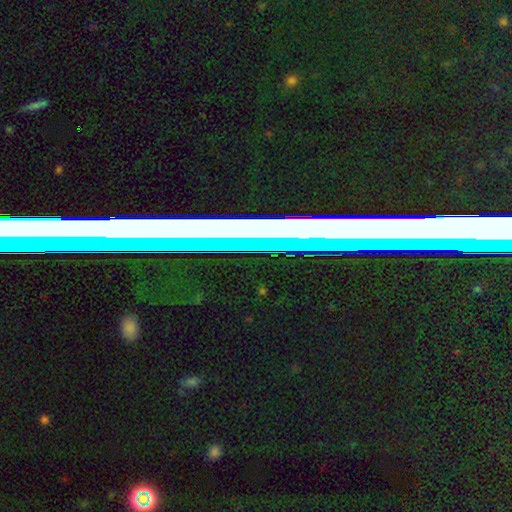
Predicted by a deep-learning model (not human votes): Smooth or featured: star or artifact — 64% (featured or disk — 21%)